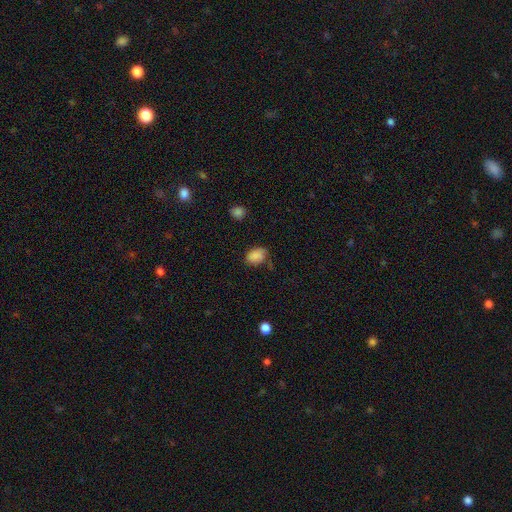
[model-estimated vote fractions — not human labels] smooth_or_featured: smooth (p=0.83) [alt: star or artifact p=0.10]
how_rounded: in between (p=0.80) [alt: round p=0.19]
merging: none (p=0.54) [alt: minor disturbance p=0.31]